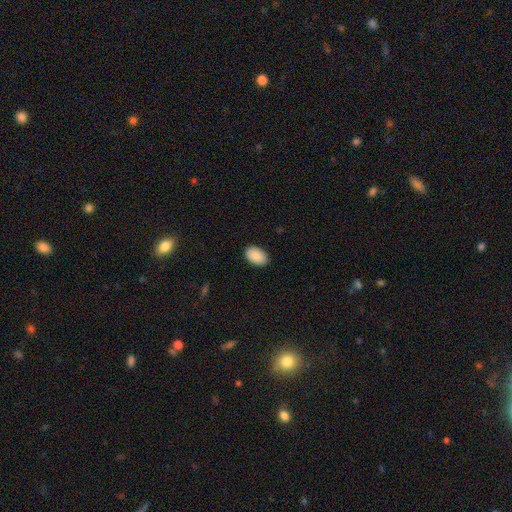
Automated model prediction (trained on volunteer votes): smooth_or_featured: smooth (p=0.90) [alt: star or artifact p=0.07]
how_rounded: in between (p=0.91) [alt: round p=0.08]
merging: none (p=0.88) [alt: minor disturbance p=0.09]